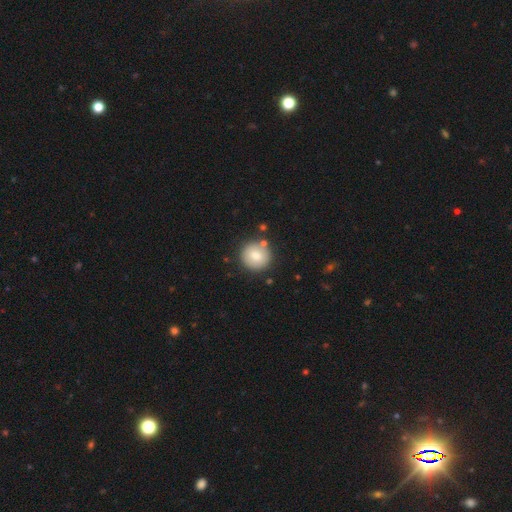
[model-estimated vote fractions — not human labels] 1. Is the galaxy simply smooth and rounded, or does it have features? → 77% smooth, 14% featured or disk, 9% star or artifact.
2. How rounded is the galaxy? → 94% round, 5% in between, 1% cigar-shaped.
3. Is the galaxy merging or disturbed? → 83% none, 9% minor disturbance, 6% merger, 3% major disturbance.